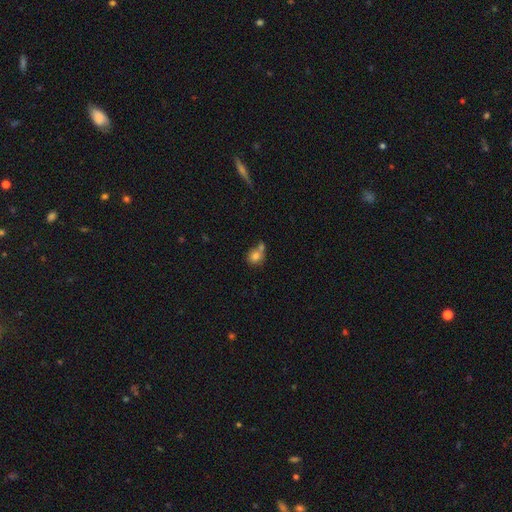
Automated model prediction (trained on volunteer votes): This is likely a smooth galaxy (78%). How rounded: likely round (77%). Merging: marginally merger (42%).